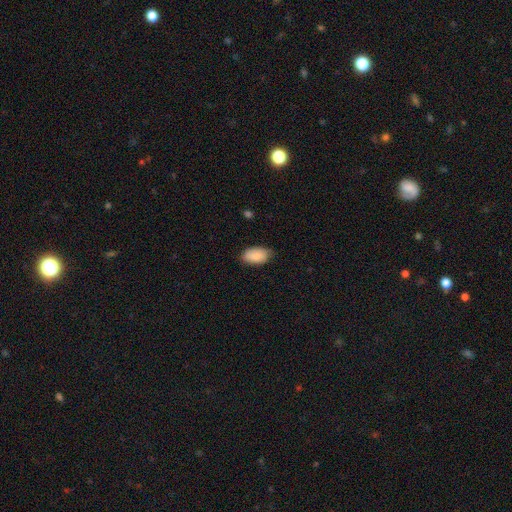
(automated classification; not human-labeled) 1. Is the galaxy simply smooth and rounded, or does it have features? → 86% smooth, 8% featured or disk, 6% star or artifact.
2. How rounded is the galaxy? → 94% in between, 4% round, 2% cigar-shaped.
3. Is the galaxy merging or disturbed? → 77% none, 20% minor disturbance, 3% major disturbance, 1% merger.